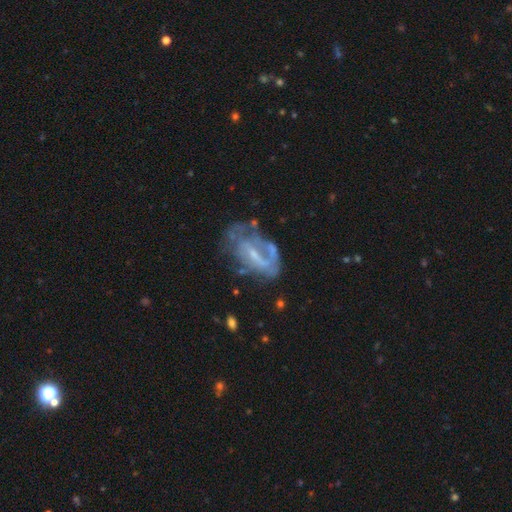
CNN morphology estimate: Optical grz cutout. It shows a featured or disk galaxy (71%) with a weak bar (43%), spiral arms (57%) and a small central bulge (53%). Merging: none (41%).